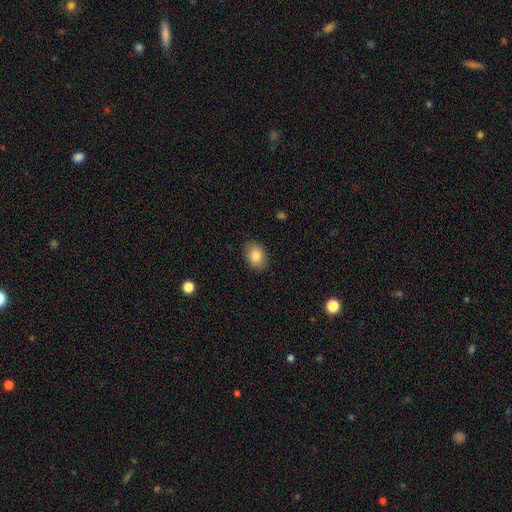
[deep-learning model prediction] Smooth or featured? smooth (84%)
How rounded? in between (73%)
Merging? none (87%)